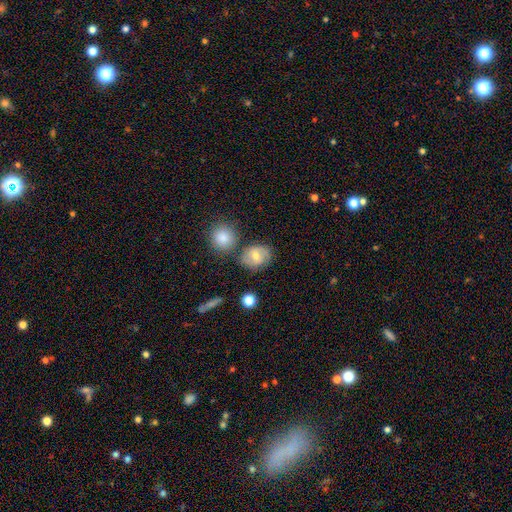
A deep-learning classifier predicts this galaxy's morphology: Smooth or featured?
  - smooth: 60% *
  - featured or disk: 30%
  - star or artifact: 9%
How rounded?
  - round: 55% *
  - in between: 43%
  - cigar-shaped: 1%
Merging?
  - none: 68% *
  - minor disturbance: 16%
  - merger: 11%
  - major disturbance: 5%